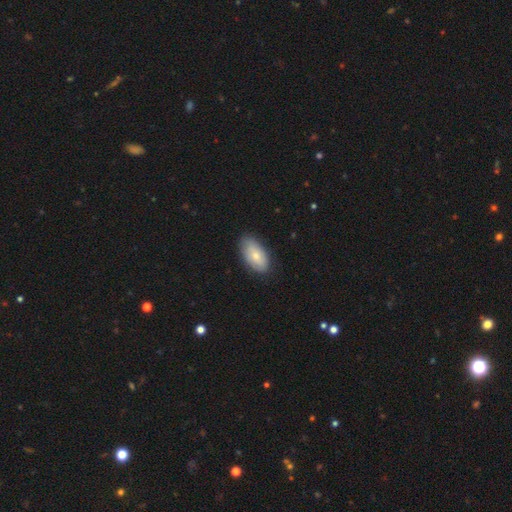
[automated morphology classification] Smooth or featured?
  - smooth: 72% *
  - featured or disk: 22%
  - star or artifact: 6%
How rounded?
  - in between: 94% *
  - cigar-shaped: 3%
  - round: 3%
Merging?
  - none: 79% *
  - minor disturbance: 17%
  - major disturbance: 3%
  - merger: 1%